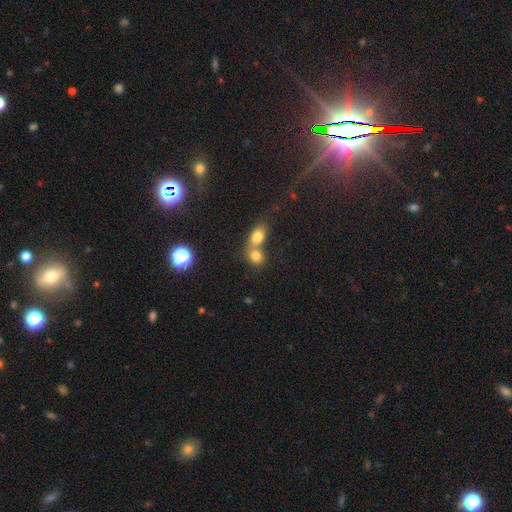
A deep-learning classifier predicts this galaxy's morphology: smooth_or_featured: smooth (p=0.78) [alt: star or artifact p=0.12]
how_rounded: round (p=0.56) [alt: in between p=0.42]
merging: merger (p=0.62) [alt: none p=0.29]